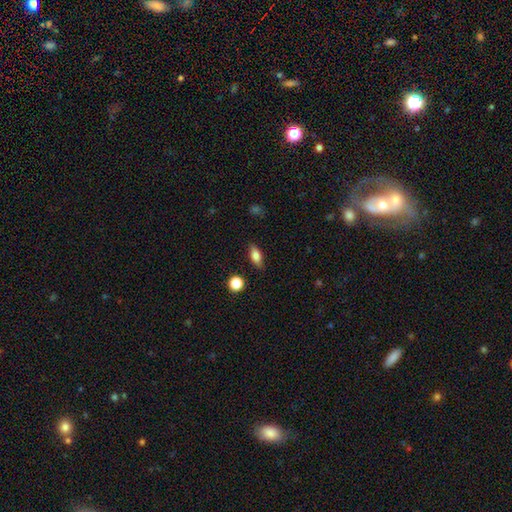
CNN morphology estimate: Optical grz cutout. It shows a smooth galaxy with no disk features (80%) that is in between round and cigar-shaped (80%). Merging: none (85%).